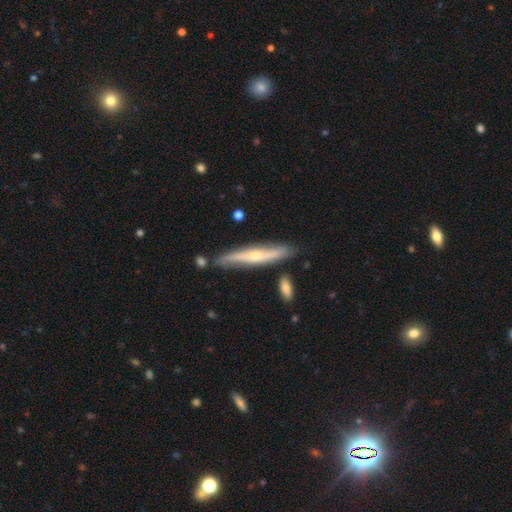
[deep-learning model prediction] smooth-or-featured: featured or disk: 68% | smooth: 26% | star or artifact: 6%
  disk-edge-on: yes: 79% | no: 21%
    edge-on-bulge: rounded: 80% | none: 17% | boxy: 3%
  merging: none: 74% | minor disturbance: 17% | merger: 5% | major disturbance: 3%